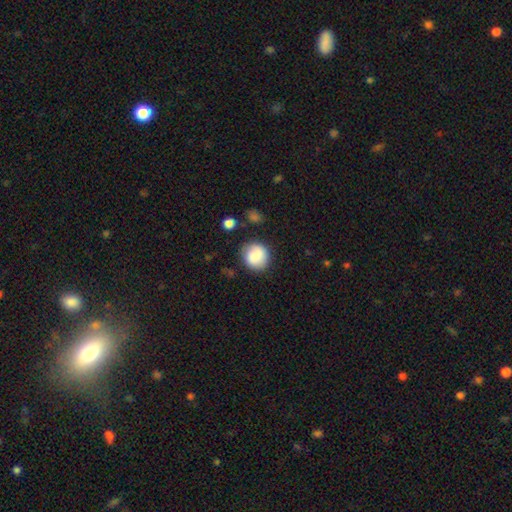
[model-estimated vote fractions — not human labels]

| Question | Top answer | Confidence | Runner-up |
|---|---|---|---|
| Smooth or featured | smooth | 85% | star or artifact (8%) |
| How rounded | round | 89% | in between (10%) |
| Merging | none | 80% | minor disturbance (13%) |